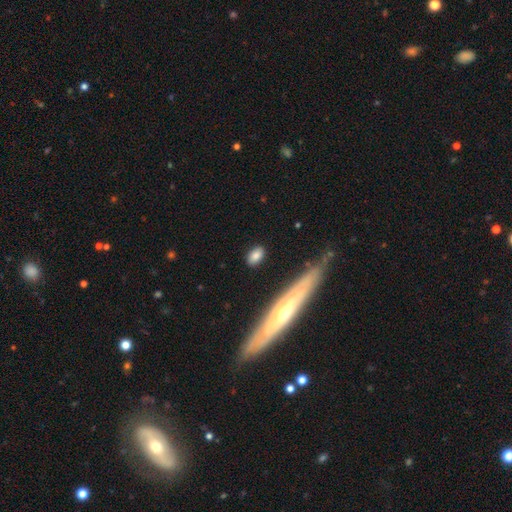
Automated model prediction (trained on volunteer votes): Smooth or featured? smooth (81%)
How rounded? in between (79%)
Merging? none (84%)